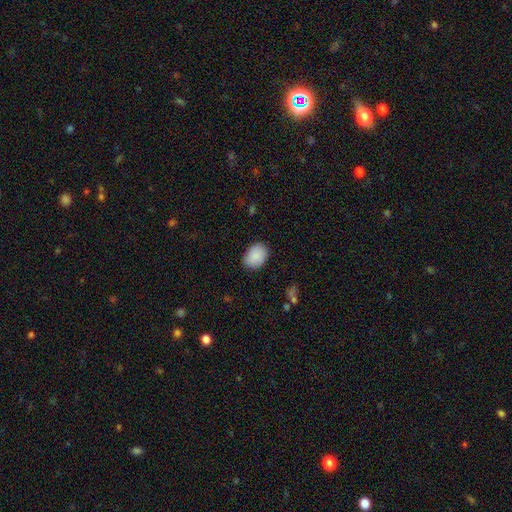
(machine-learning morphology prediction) Q: Smooth or featured?
A: smooth (89%); runner-up: star or artifact (7%)
Q: How rounded?
A: in between (72%); runner-up: round (27%)
Q: Merging?
A: none (82%); runner-up: minor disturbance (14%)